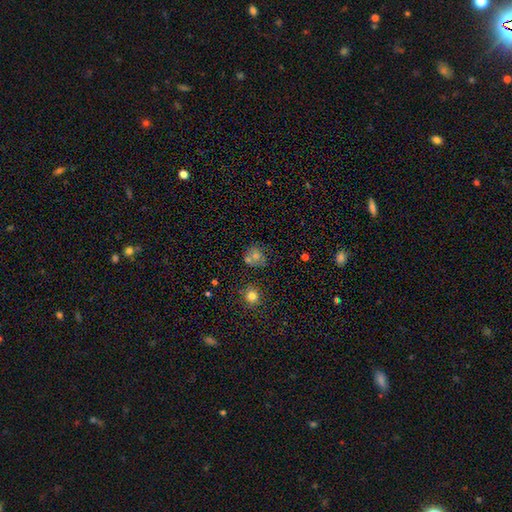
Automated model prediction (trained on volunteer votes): Morphology: type=smooth (51%); roundness=round (80%); merging=none (63%).